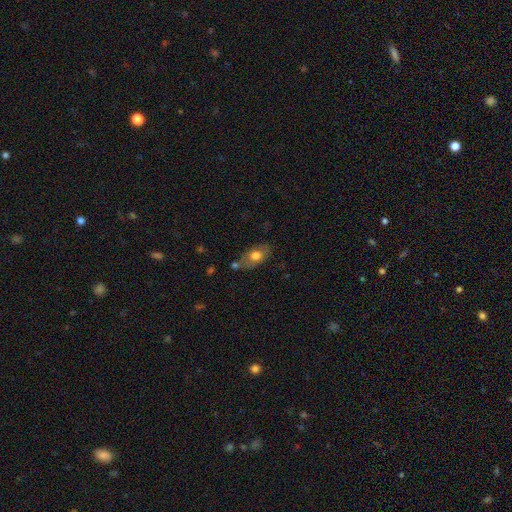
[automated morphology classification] Smooth or featured? smooth (69%)
How rounded? in between (85%)
Merging? none (61%)